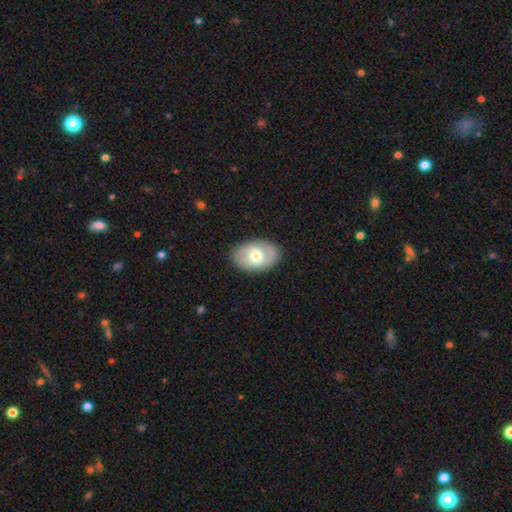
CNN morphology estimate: The model was most divided on "smooth or featured": smooth: 59%, featured or disk: 35%, star or artifact: 6%. More confident: merging — none (86%); how rounded — in between (85%).